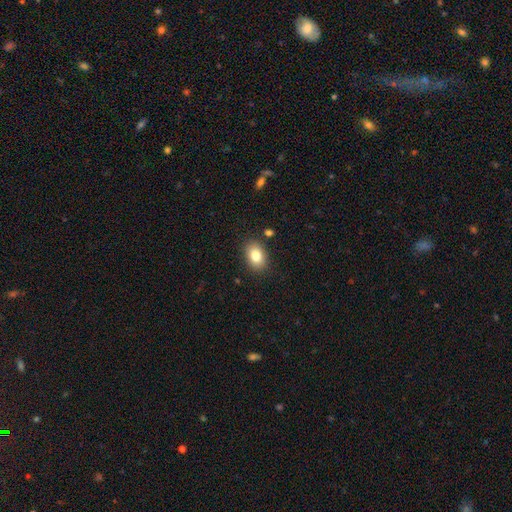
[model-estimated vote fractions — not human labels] Q: Smooth or featured?
A: smooth (82%); runner-up: featured or disk (9%)
Q: How rounded?
A: in between (79%); runner-up: round (20%)
Q: Merging?
A: none (85%); runner-up: minor disturbance (10%)